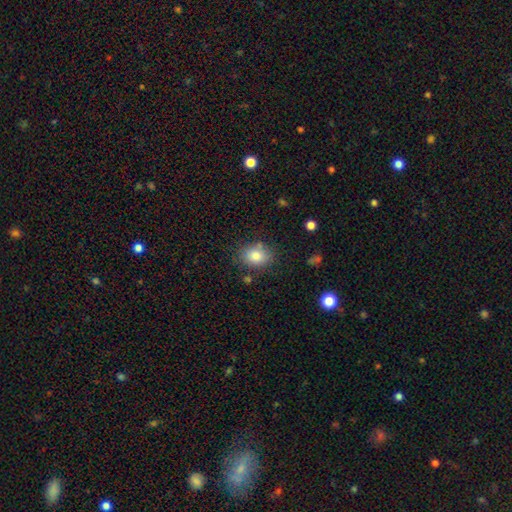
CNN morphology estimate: Smooth or featured: smooth — 82% (star or artifact — 9%)
How rounded: in between — 57% (round — 42%)
Merging: none — 76% (minor disturbance — 15%)